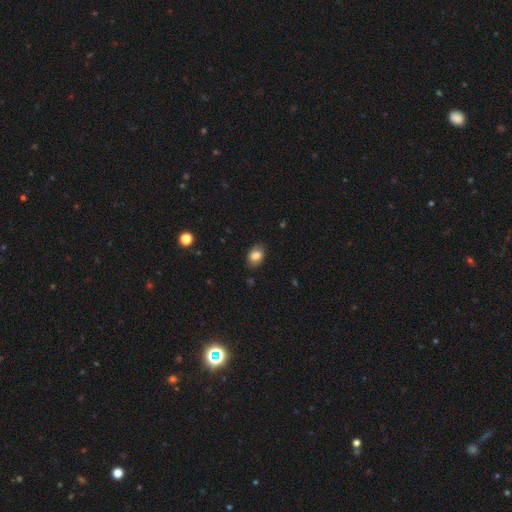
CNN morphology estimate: A smooth galaxy with no disk features (80%) that is in between round and cigar-shaped (81%). Merging: none (83%).